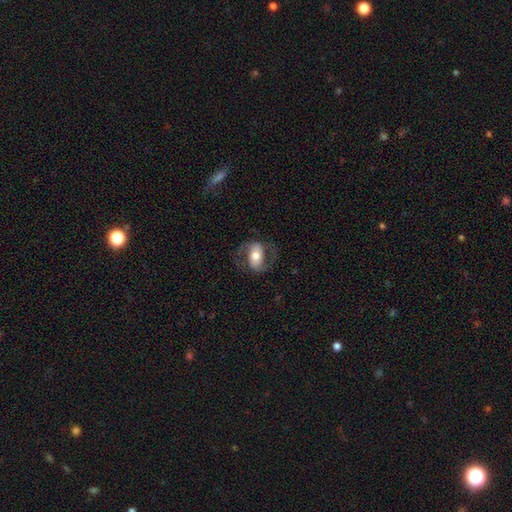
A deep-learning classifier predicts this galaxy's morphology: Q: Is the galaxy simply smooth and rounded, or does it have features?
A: featured or disk — 57%.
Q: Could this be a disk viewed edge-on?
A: no — 94%.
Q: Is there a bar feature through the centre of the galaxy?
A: strong — 35%.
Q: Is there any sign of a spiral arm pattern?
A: yes — 76%.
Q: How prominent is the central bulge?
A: moderate — 62%.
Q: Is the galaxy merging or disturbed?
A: none — 68%.